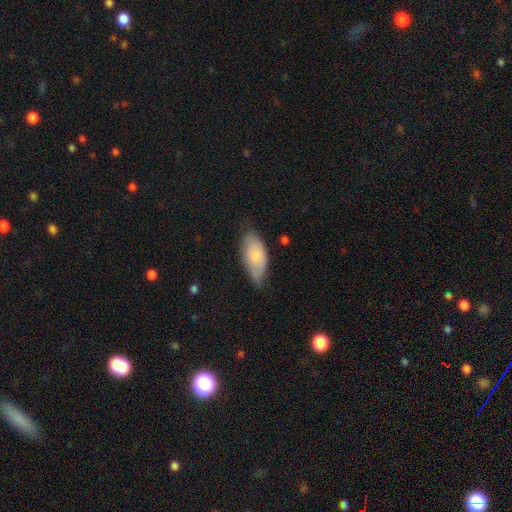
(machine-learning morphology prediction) smooth-or-featured: smooth: 72% | featured or disk: 22% | star or artifact: 6%
  how-rounded: in between: 92% | cigar-shaped: 5% | round: 3%
  merging: none: 57% | minor disturbance: 35% | major disturbance: 6% | merger: 2%